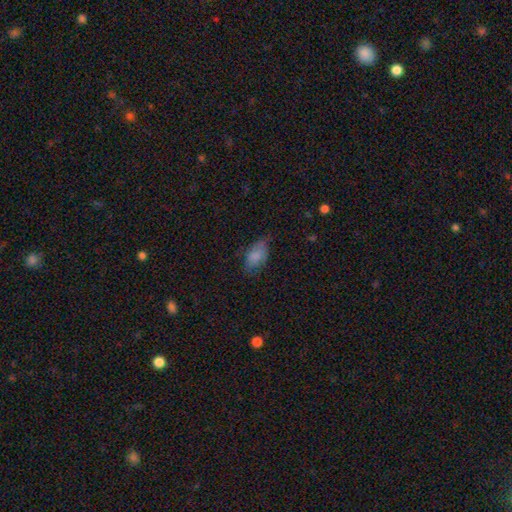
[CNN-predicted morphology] This is clearly a smooth galaxy (80%). How rounded: clearly in between (92%). Merging: possibly none (56%).